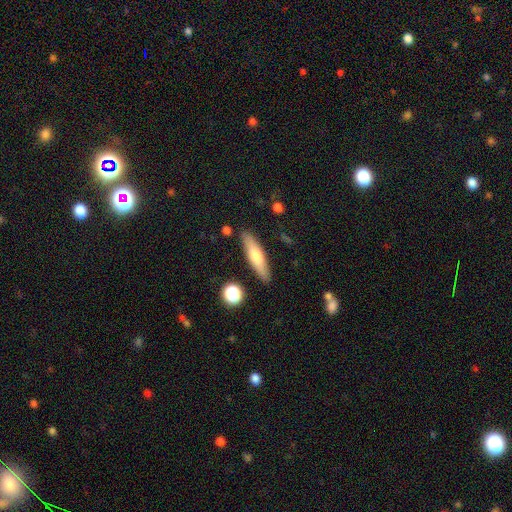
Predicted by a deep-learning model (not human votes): This appears to be a smooth galaxy with no disk features (60%) that is cigar-shaped (71%). Merging: none (86%).